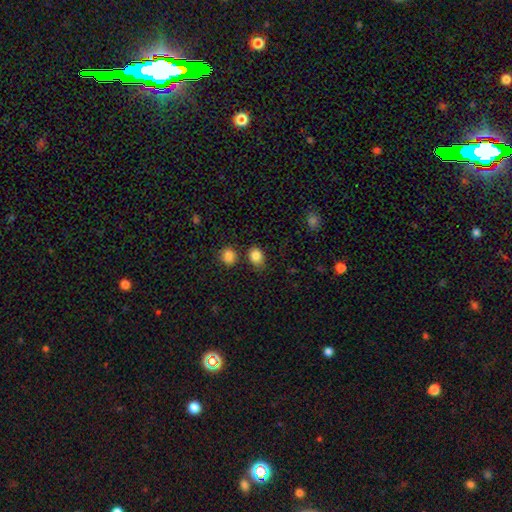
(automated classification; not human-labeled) Smooth or featured? smooth (85%)
How rounded? in between (58%)
Merging? none (75%)